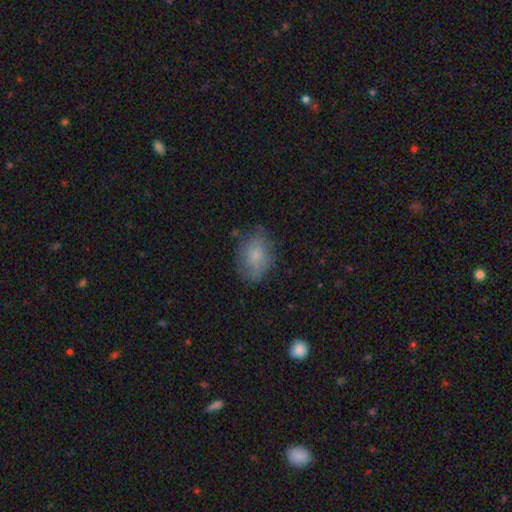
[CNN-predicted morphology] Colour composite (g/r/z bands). It shows a smooth galaxy with no disk features (67%) that is in between round and cigar-shaped (73%). Merging: none (67%).